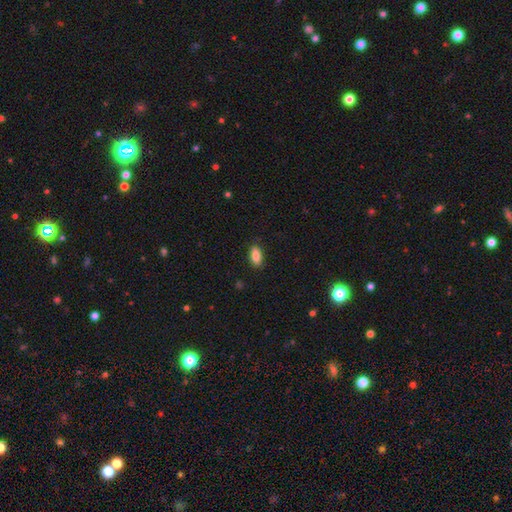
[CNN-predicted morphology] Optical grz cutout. It shows a smooth galaxy with no disk features (87%) that is in between round and cigar-shaped (87%). Merging: none (87%).